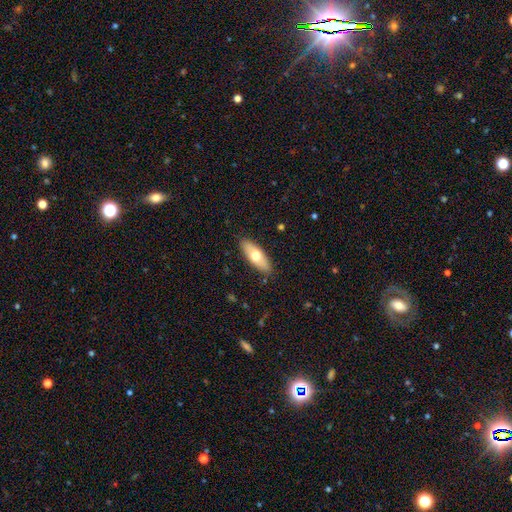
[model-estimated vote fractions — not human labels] smooth 64%, featured or disk 30%, star or artifact 6%. Down the decision tree: how rounded — in between (71%); merging — none (88%).